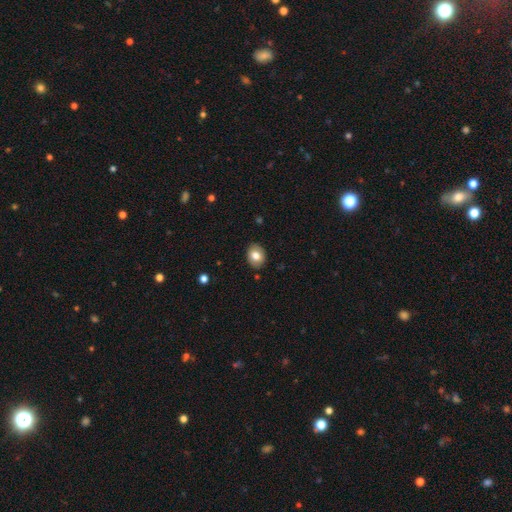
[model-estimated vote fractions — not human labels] Morphology: type=smooth (77%); roundness=in between (59%); merging=none (88%).